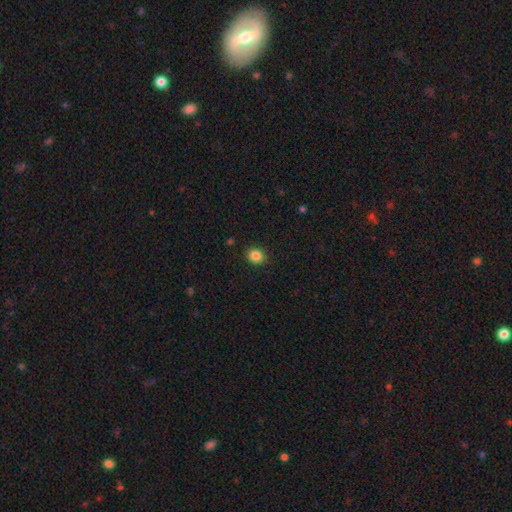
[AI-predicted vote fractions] smooth_or_featured: smooth (p=0.85) [alt: star or artifact p=0.10]
how_rounded: round (p=0.71) [alt: in between p=0.28]
merging: none (p=0.90) [alt: minor disturbance p=0.07]